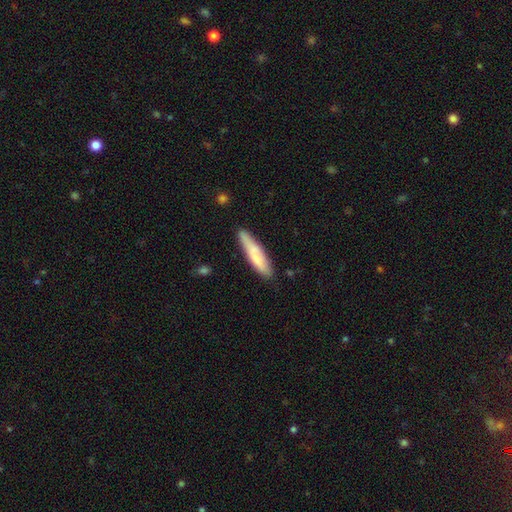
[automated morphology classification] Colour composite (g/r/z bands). It shows a smooth galaxy with no disk features (74%) that is cigar-shaped (81%). Merging: none (73%).